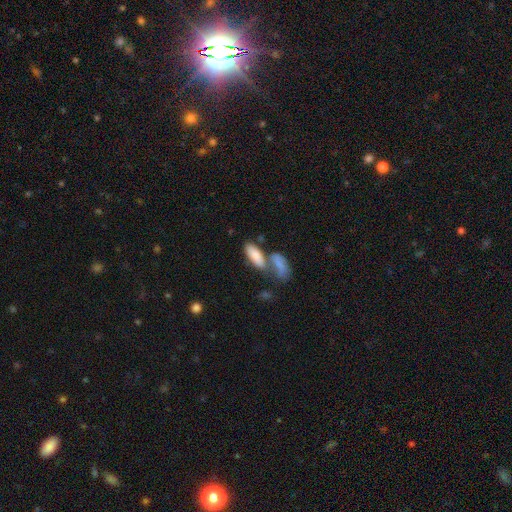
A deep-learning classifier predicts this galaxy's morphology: This appears to be a smooth galaxy with no disk features (79%) that is in between round and cigar-shaped (80%). Merging: merger (46%).